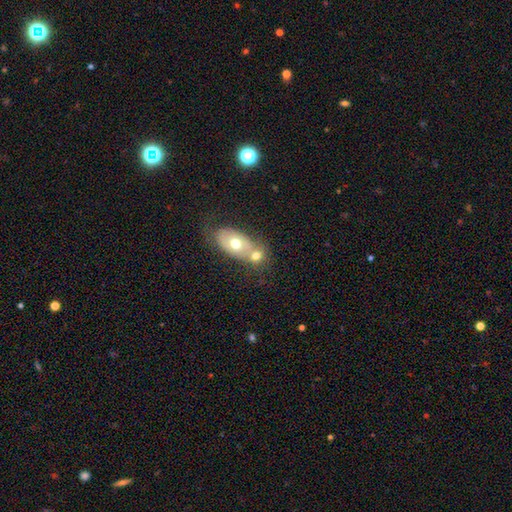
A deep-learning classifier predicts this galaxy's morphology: smooth-or-featured: smooth: 61% | featured or disk: 30% | star or artifact: 9%
  how-rounded: in between: 70% | round: 27% | cigar-shaped: 3%
  merging: merger: 55% | none: 31% | minor disturbance: 10% | major disturbance: 5%